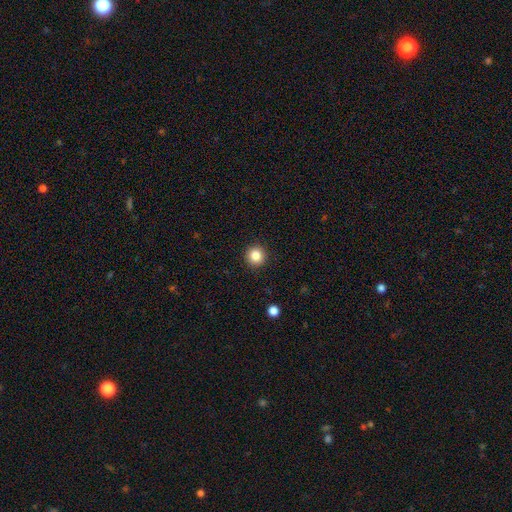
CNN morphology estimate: smooth_or_featured: smooth (p=0.85) [alt: star or artifact p=0.10]
how_rounded: round (p=0.94) [alt: in between p=0.05]
merging: none (p=0.92) [alt: minor disturbance p=0.05]